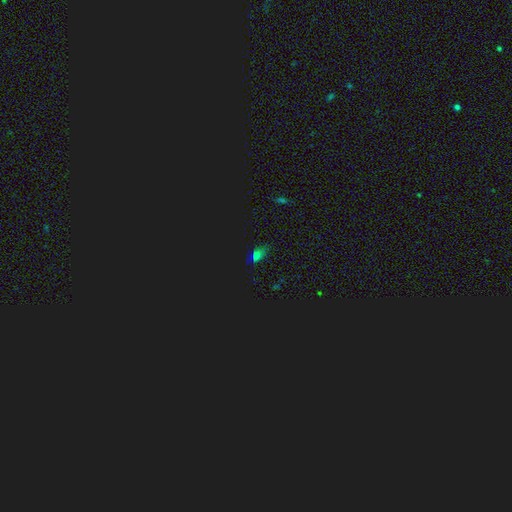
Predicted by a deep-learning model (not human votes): Overall: star or artifact (49%; smooth 43%).